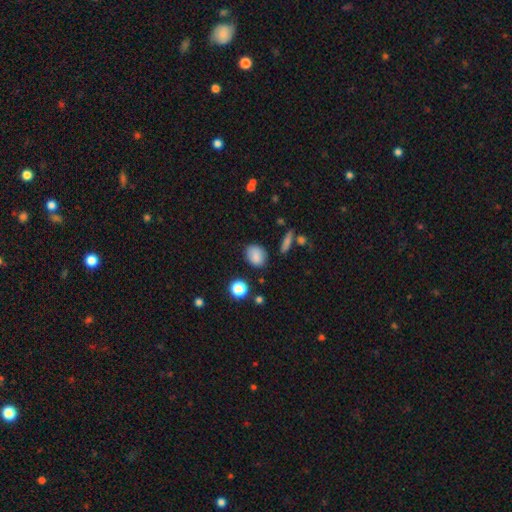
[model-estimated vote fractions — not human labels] The model was most divided on "how rounded": in between: 55%, round: 43%, cigar-shaped: 2%. More confident: smooth or featured — smooth (83%); merging — none (78%).